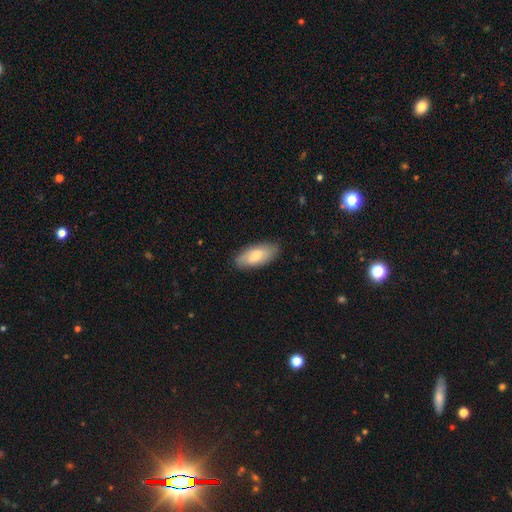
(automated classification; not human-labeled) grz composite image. It shows a smooth galaxy with no disk features (71%) that is in between round and cigar-shaped (86%). Merging: none (82%).